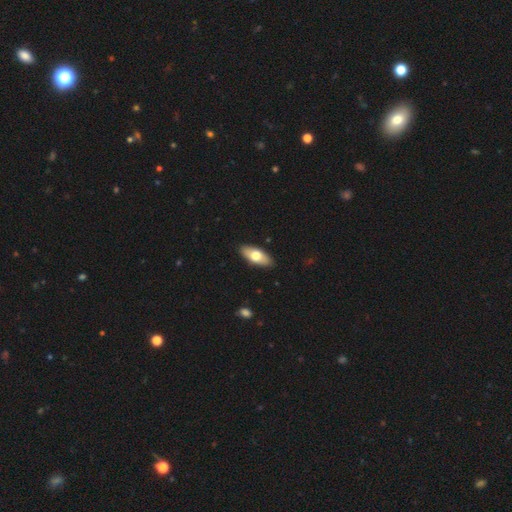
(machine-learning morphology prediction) smooth 67%, featured or disk 28%, star or artifact 5%. Down the decision tree: how rounded — in between (82%); merging — none (89%).